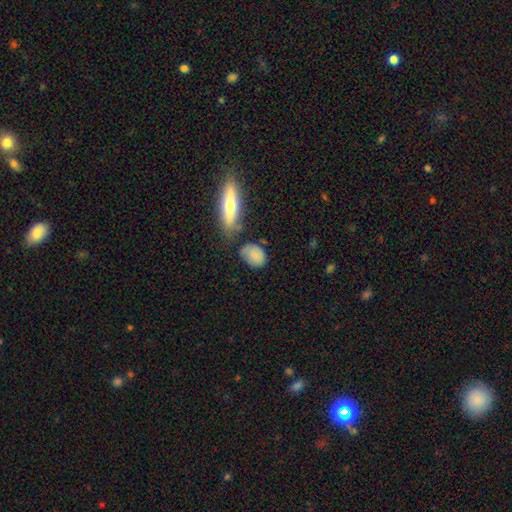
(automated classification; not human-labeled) Q: Smooth or featured?
A: smooth (77%); runner-up: featured or disk (15%)
Q: How rounded?
A: in between (74%); runner-up: round (23%)
Q: Merging?
A: none (57%); runner-up: minor disturbance (26%)